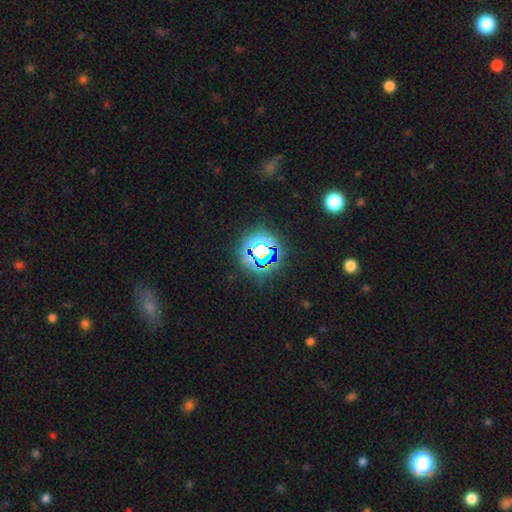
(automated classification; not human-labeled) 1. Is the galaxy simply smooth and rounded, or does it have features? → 72% star or artifact, 17% smooth, 11% featured or disk.